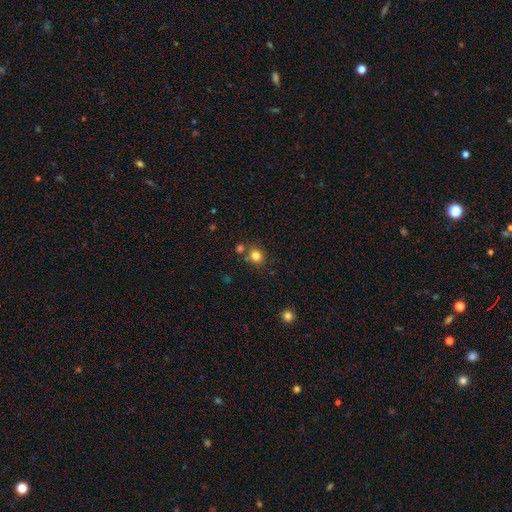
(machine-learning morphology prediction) Q: Smooth or featured?
A: smooth (82%); runner-up: star or artifact (12%)
Q: How rounded?
A: round (77%); runner-up: in between (22%)
Q: Merging?
A: none (71%); runner-up: merger (16%)